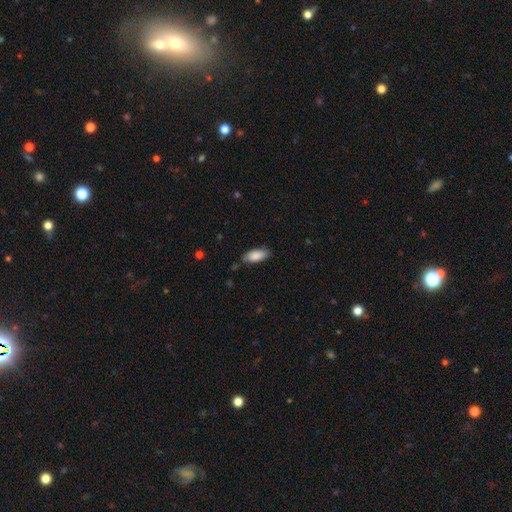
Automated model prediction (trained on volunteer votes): A smooth galaxy with no disk features (88%) that is in between round and cigar-shaped (87%). Merging: none (77%).